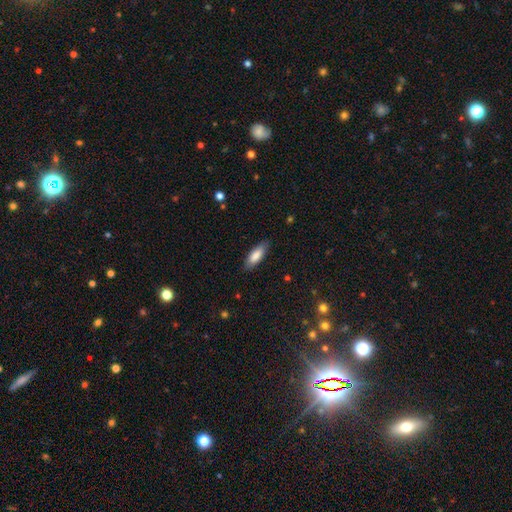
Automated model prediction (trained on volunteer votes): The model was most divided on "how rounded": in between: 62%, cigar-shaped: 37%, round: 2%. More confident: merging — none (85%); smooth or featured — smooth (83%).